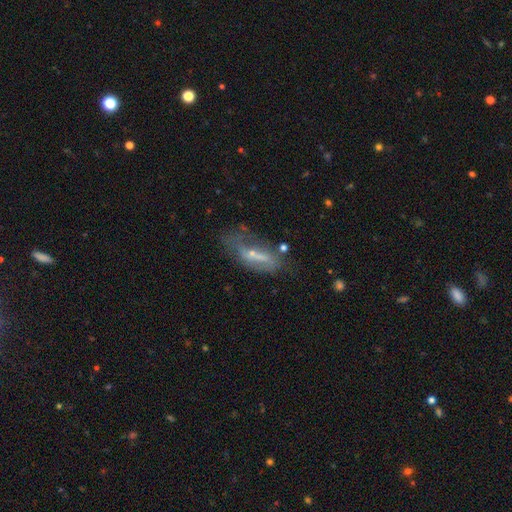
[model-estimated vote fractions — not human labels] smooth_or_featured: featured or disk (p=0.58) [alt: smooth p=0.33]
disk_edge_on: no (p=0.81) [alt: yes p=0.19]
merging: none (p=0.42) [alt: minor disturbance p=0.26]